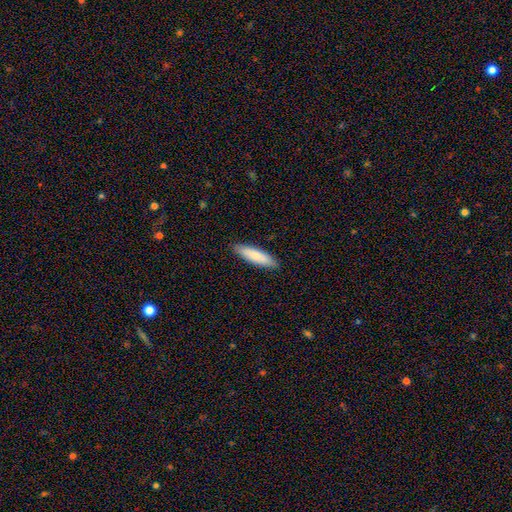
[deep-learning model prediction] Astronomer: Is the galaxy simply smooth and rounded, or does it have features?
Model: smooth — 81%.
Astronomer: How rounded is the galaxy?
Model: cigar-shaped — 69%.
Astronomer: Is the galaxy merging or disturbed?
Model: none — 89%.